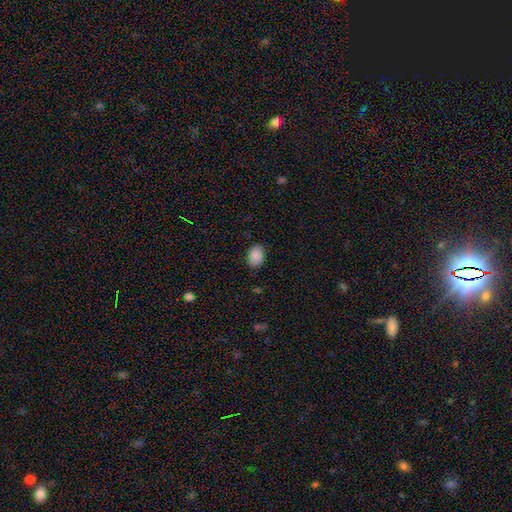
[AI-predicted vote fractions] Smooth or featured? smooth (89%)
How rounded? in between (78%)
Merging? none (87%)